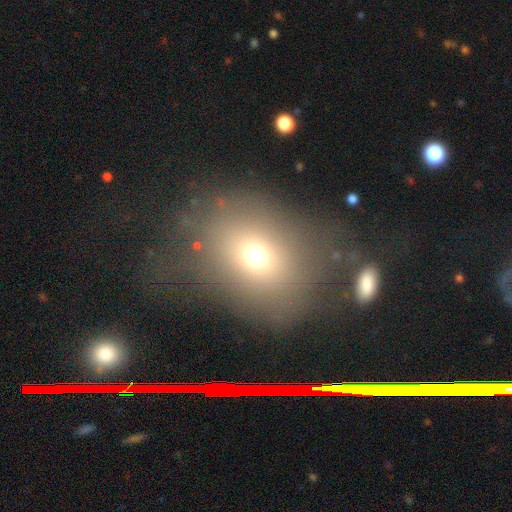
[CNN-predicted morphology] type=smooth (66%); roundness=round (51%); merging=none (66%).